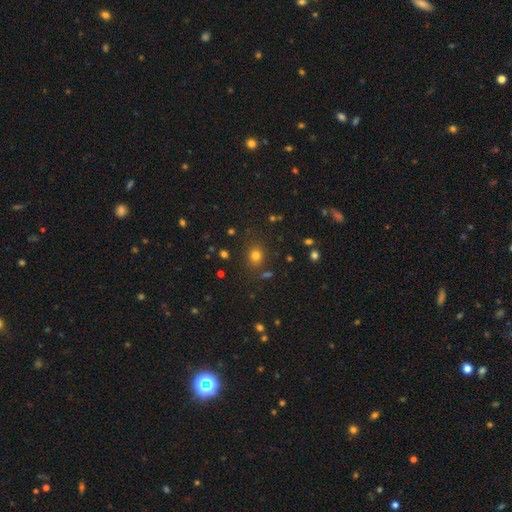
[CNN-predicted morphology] This is likely a smooth galaxy (76%). How rounded: likely round (69%). Merging: clearly none (82%).